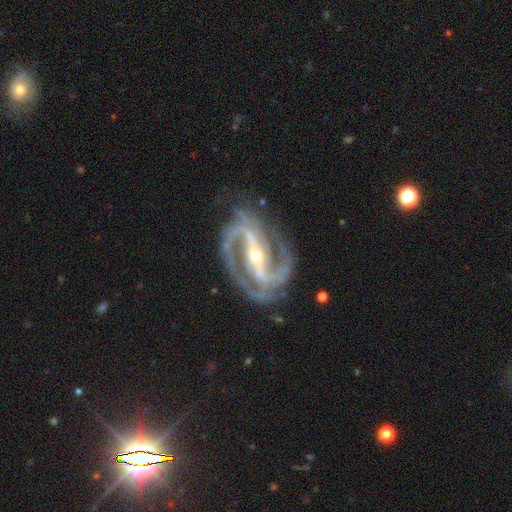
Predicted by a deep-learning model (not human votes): A featured or disk galaxy (93%) with a strong bar (70%), 2 (77%) medium (57%) spiral arms (98%) and a small central bulge (55%). Merging: none (74%).